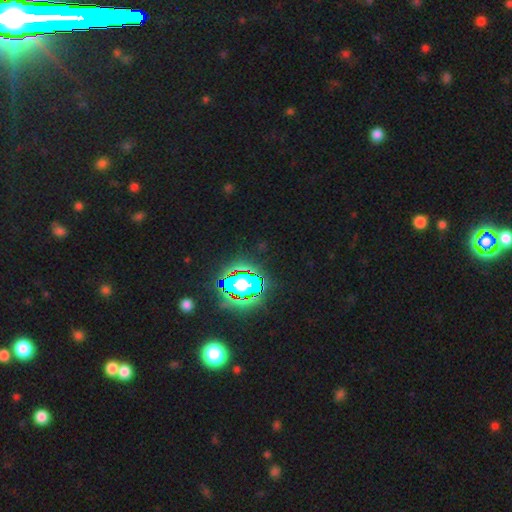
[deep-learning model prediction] This appears to be a star or artifact, not a galaxy (81%).